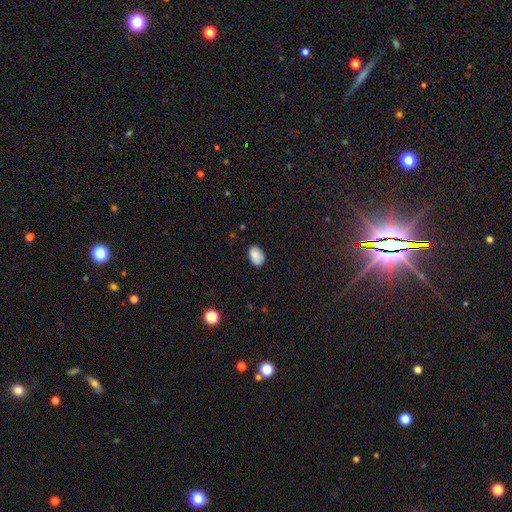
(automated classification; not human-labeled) smooth_or_featured: smooth (p=0.86) [alt: star or artifact p=0.08]
how_rounded: in between (p=0.86) [alt: round p=0.13]
merging: none (p=0.80) [alt: minor disturbance p=0.16]